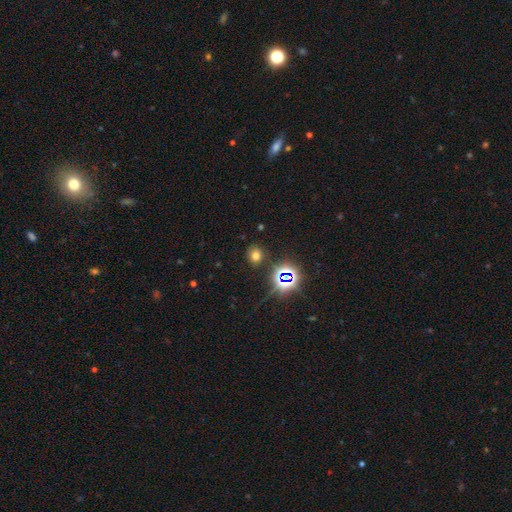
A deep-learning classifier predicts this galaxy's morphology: Q: Smooth or featured?
A: smooth (63%); runner-up: star or artifact (29%)
Q: How rounded?
A: round (62%); runner-up: in between (36%)
Q: Merging?
A: none (83%); runner-up: minor disturbance (10%)